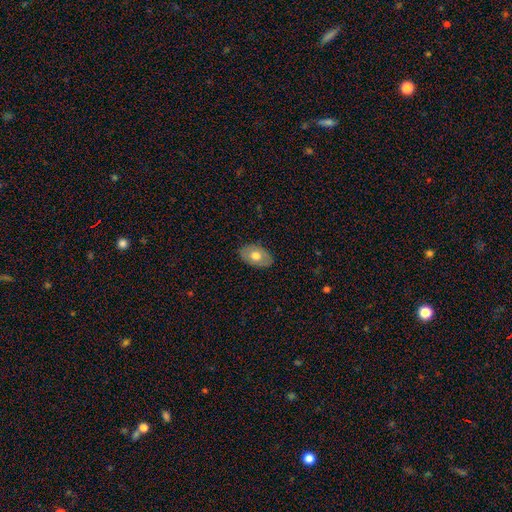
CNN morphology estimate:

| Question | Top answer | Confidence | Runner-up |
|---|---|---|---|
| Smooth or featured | smooth | 65% | featured or disk (29%) |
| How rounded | in between | 87% | round (12%) |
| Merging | none | 84% | minor disturbance (13%) |